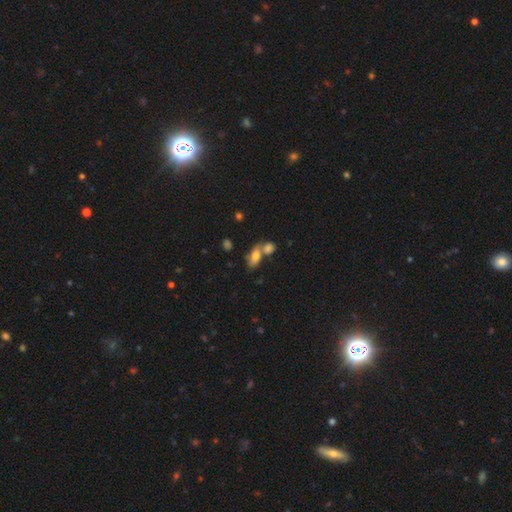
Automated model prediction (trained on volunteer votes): smooth 69%, featured or disk 20%, star or artifact 11%. Down the decision tree: how rounded — in between (82%); merging — merger (45%).